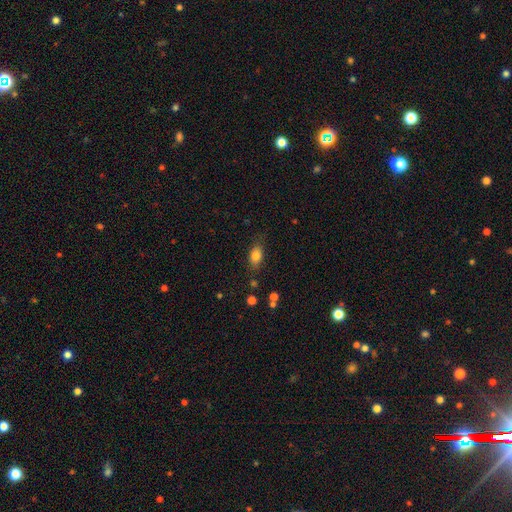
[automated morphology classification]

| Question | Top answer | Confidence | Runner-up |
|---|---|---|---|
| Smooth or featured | smooth | 81% | featured or disk (10%) |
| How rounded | in between | 81% | round (13%) |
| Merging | none | 76% | minor disturbance (17%) |